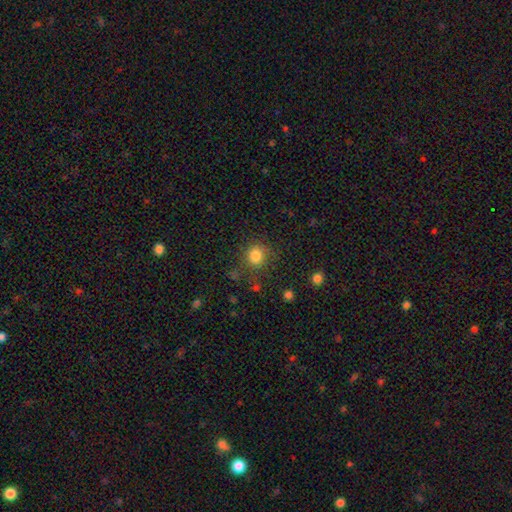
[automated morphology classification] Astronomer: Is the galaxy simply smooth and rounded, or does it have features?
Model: smooth — 82%.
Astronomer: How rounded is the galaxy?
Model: round — 83%.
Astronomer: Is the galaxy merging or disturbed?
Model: none — 76%.